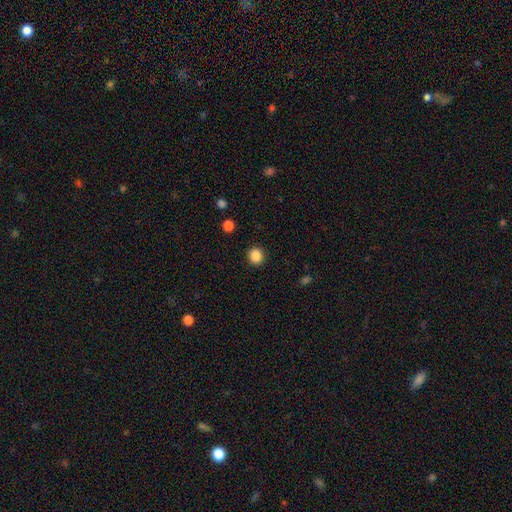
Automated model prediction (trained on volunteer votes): A smooth galaxy with no disk features (88%) that is round (82%). Merging: none (90%).